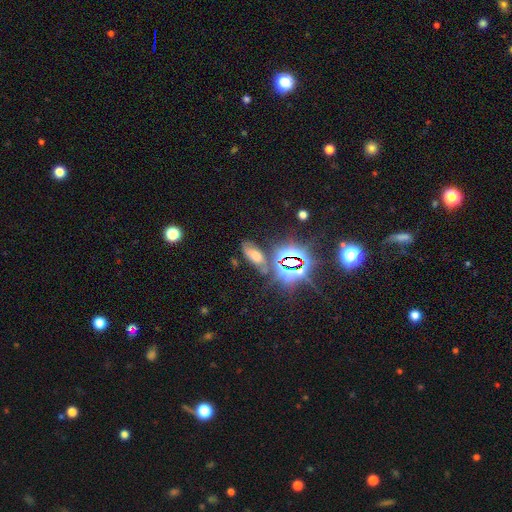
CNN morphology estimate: type=star or artifact (40%, tied with smooth).